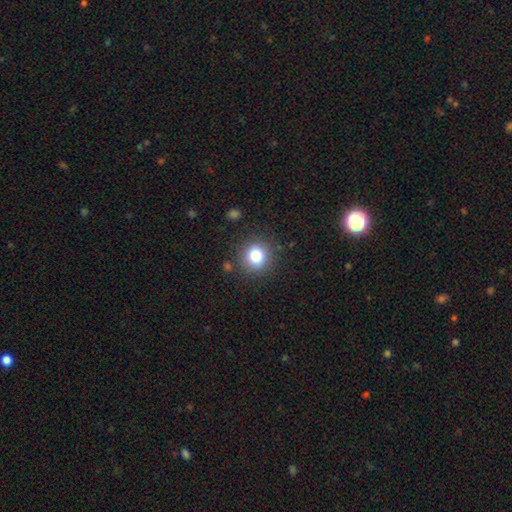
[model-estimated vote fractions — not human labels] Smooth or featured: smooth — 82% (star or artifact — 11%)
How rounded: round — 89% (in between — 10%)
Merging: none — 86% (minor disturbance — 9%)